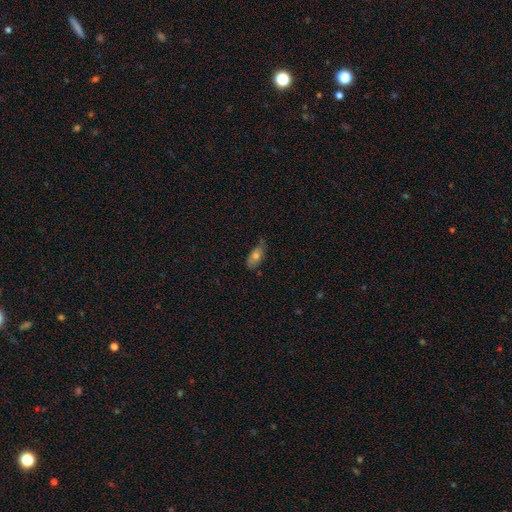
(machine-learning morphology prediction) Q: Smooth or featured?
A: smooth (69%); runner-up: featured or disk (22%)
Q: How rounded?
A: in between (82%); runner-up: cigar-shaped (14%)
Q: Merging?
A: none (54%); runner-up: minor disturbance (35%)